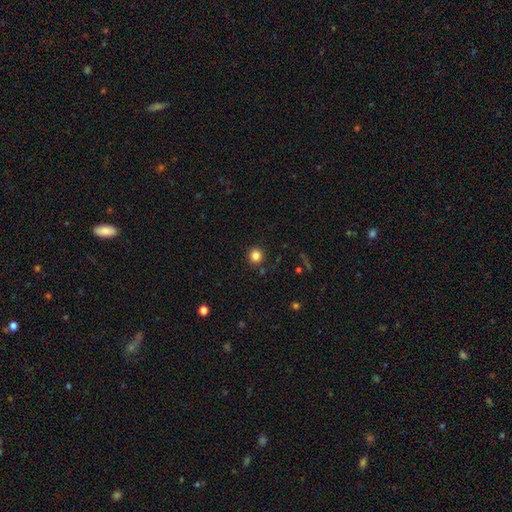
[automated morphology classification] A smooth galaxy with no disk features (83%) that is round (92%). Merging: none (88%).